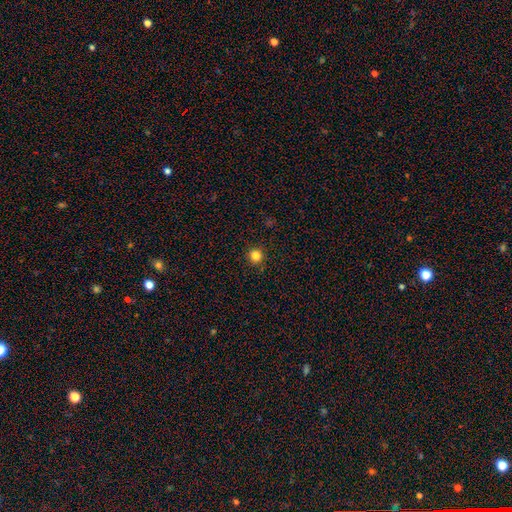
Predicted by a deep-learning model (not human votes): The model was most divided on "smooth or featured": smooth: 83%, star or artifact: 13%, featured or disk: 4%. More confident: how rounded — round (95%); merging — none (92%).